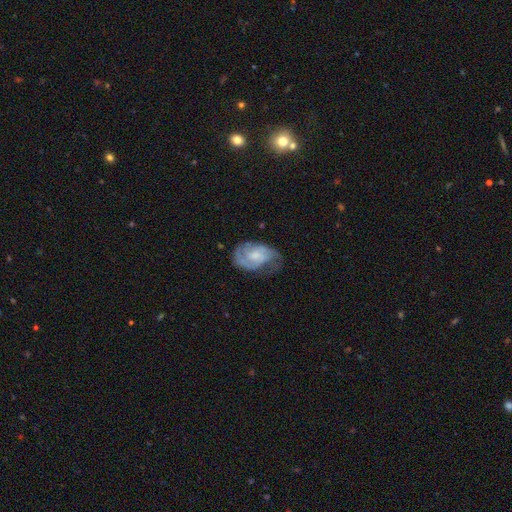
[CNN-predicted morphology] type=featured or disk (74%); edge-on=no (97%); bar=no (61%); spiral arms=yes (91%); winding=medium (43%); arm count=2 (51%); bulge=small (46%); merging=none (52%).